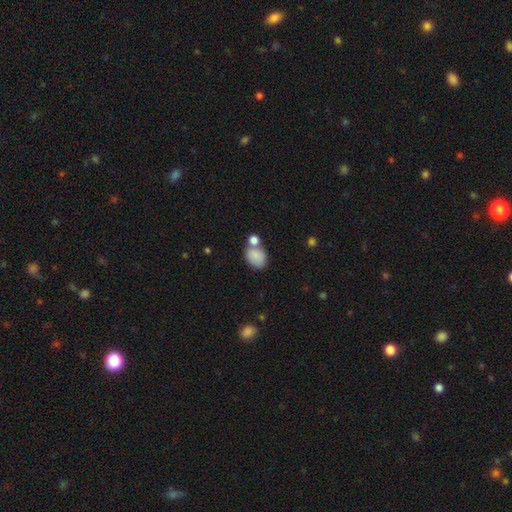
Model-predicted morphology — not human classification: This appears to be a smooth galaxy with no disk features (84%) that is in between round and cigar-shaped (70%). Merging: none (47%).